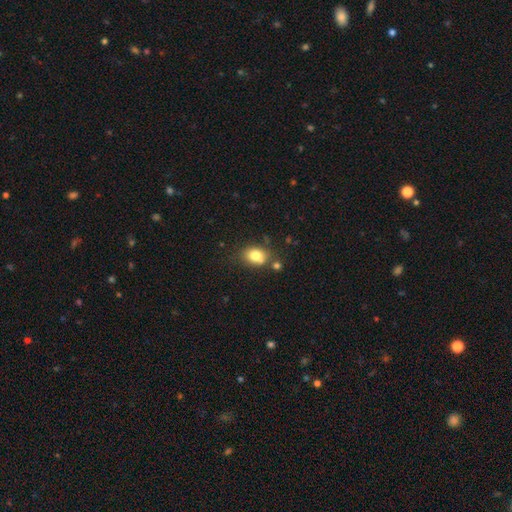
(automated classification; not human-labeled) This is likely a smooth galaxy (79%). How rounded: likely in between (63%). Merging: likely none (65%).